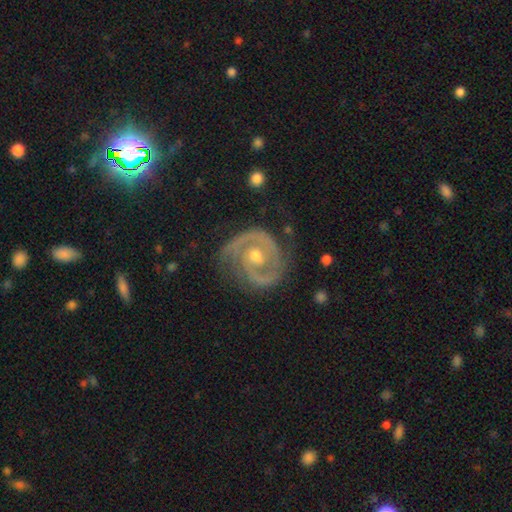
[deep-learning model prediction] Smooth or featured: featured or disk — 89% (smooth — 6%)
Edge-on disk: no — 97% (yes — 3%)
Bar: no — 65% (weak — 26%)
Spiral arms: yes — 95% (no — 5%)
Spiral winding: tight — 58% (medium — 34%)
Spiral arm count: 2 — 76% (can't tell — 7%)
Bulge size: moderate — 70% (small — 25%)
Merging: none — 72% (minor disturbance — 19%)